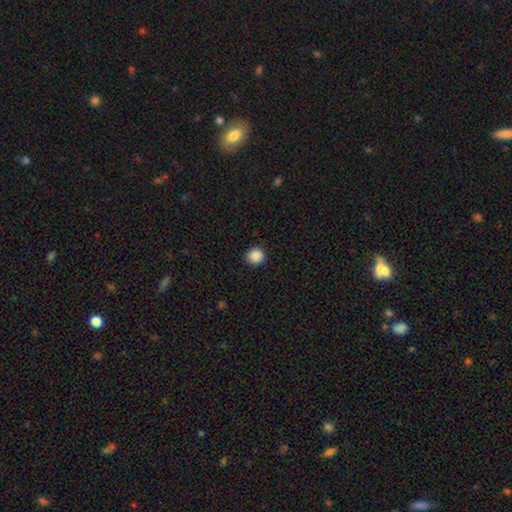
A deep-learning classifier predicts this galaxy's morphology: The model was most divided on "smooth or featured": smooth: 88%, star or artifact: 9%, featured or disk: 2%. More confident: how rounded — round (93%); merging — none (92%).